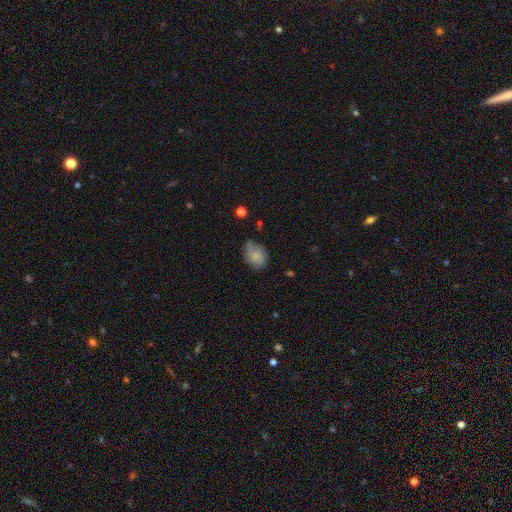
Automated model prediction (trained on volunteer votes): smooth 80%, featured or disk 13%, star or artifact 8%. Down the decision tree: how rounded — in between (80%); merging — none (63%).